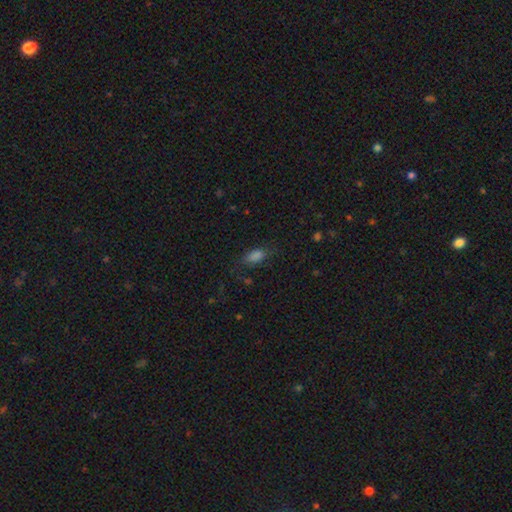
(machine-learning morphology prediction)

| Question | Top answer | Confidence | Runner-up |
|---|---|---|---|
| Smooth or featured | smooth | 78% | star or artifact (14%) |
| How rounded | in between | 83% | cigar-shaped (12%) |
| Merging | none | 69% | minor disturbance (20%) |